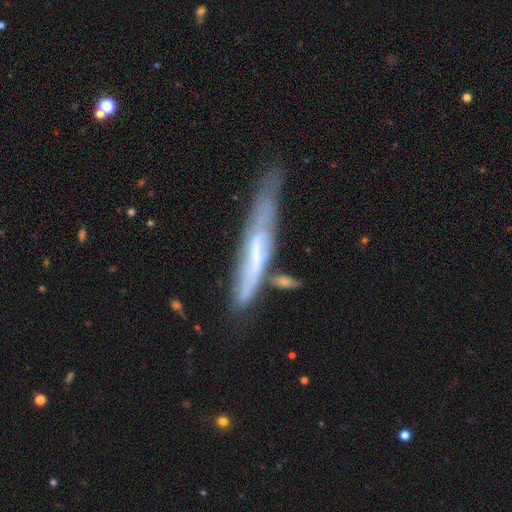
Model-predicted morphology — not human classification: smooth_or_featured: featured or disk (p=0.63) [alt: smooth p=0.29]
disk_edge_on: yes (p=0.68) [alt: no p=0.32]
merging: none (p=0.53) [alt: minor disturbance p=0.26]